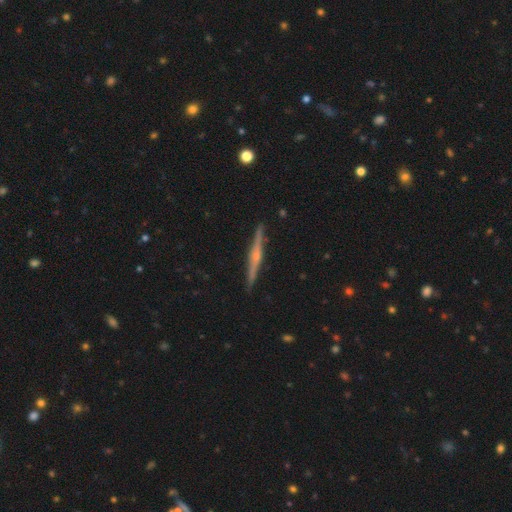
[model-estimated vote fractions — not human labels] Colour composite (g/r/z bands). It shows a featured or disk galaxy (81%) viewed edge-on (98%) with a rounded central bulge (80%). Merging: none (92%).